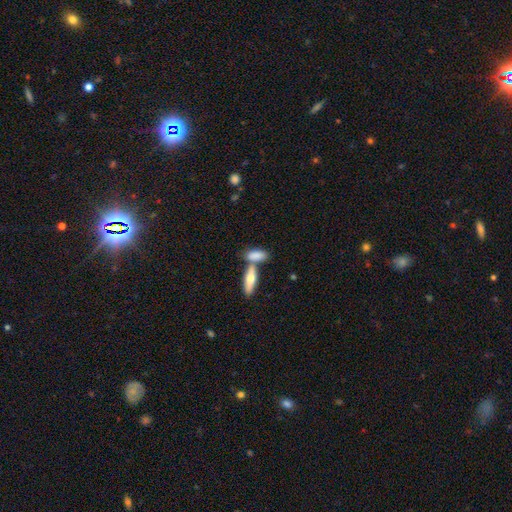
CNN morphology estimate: A smooth galaxy with no disk features (77%) that is in between round and cigar-shaped (67%). Merging: merger (44%).